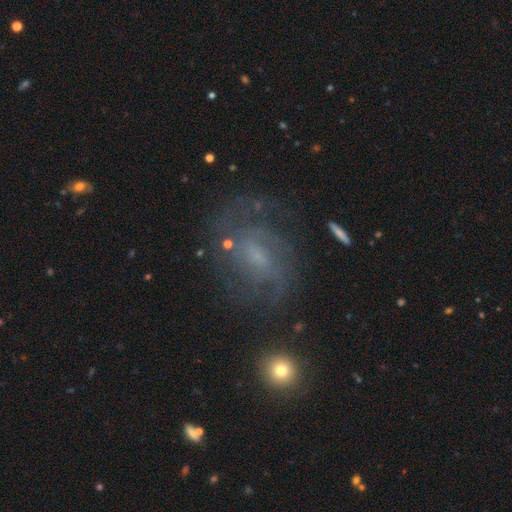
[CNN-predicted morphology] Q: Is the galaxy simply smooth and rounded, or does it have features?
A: featured or disk — 69%.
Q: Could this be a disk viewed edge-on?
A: no — 96%.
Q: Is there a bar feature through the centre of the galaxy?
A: weak — 51%.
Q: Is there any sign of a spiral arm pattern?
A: yes — 86%.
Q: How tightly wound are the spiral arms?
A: tight — 44%.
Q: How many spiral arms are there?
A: can't tell — 43%.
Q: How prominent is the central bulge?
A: small — 58%.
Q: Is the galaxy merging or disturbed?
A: none — 69%.